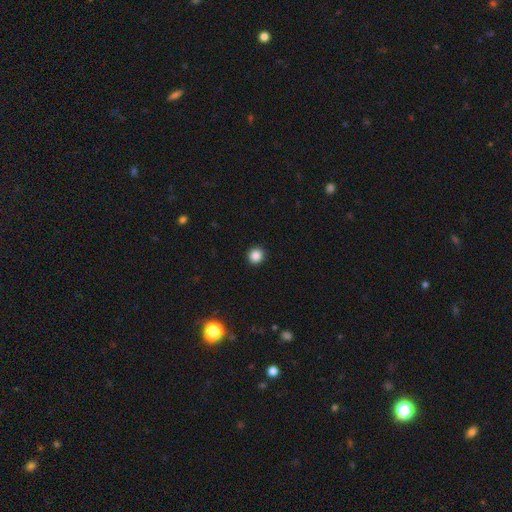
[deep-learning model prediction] Smooth or featured? Predicted: smooth (p=0.86). How rounded? Predicted: round (p=0.94). Merging? Predicted: none (p=0.93).